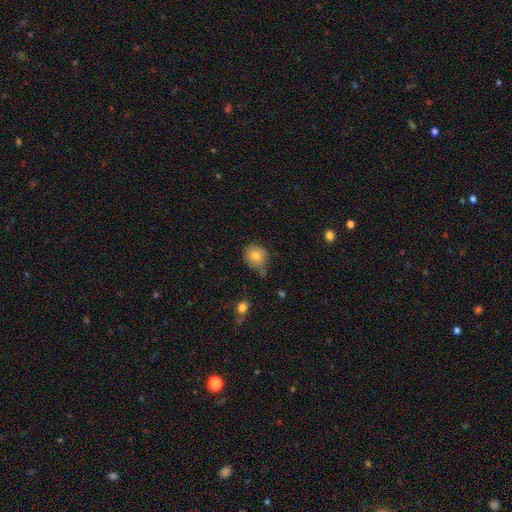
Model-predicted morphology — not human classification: A smooth galaxy with no disk features (78%) that is round (80%). Merging: none (56%).